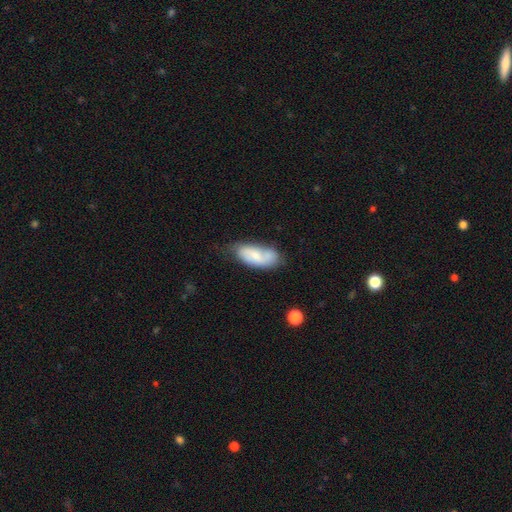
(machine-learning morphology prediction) The model was most divided on "merging": none: 53%, minor disturbance: 30%, major disturbance: 9%, merger: 7%. More confident: how rounded — in between (84%); smooth or featured — smooth (59%).